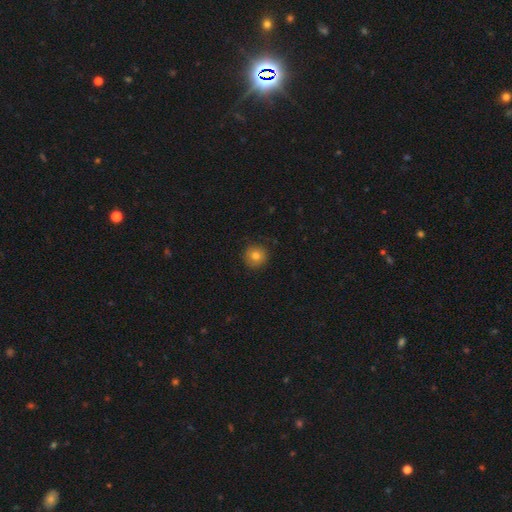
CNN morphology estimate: The model was most divided on "smooth or featured": smooth: 79%, star or artifact: 11%, featured or disk: 10%. More confident: how rounded — round (92%); merging — none (85%).